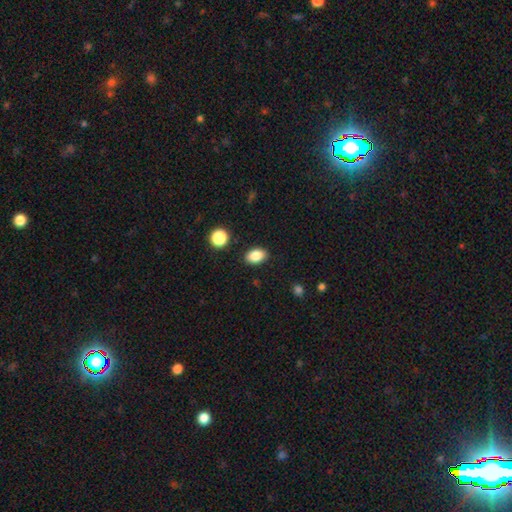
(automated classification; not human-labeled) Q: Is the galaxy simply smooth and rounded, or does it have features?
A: smooth — 86%.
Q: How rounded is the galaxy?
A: in between — 85%.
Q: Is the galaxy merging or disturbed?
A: none — 87%.